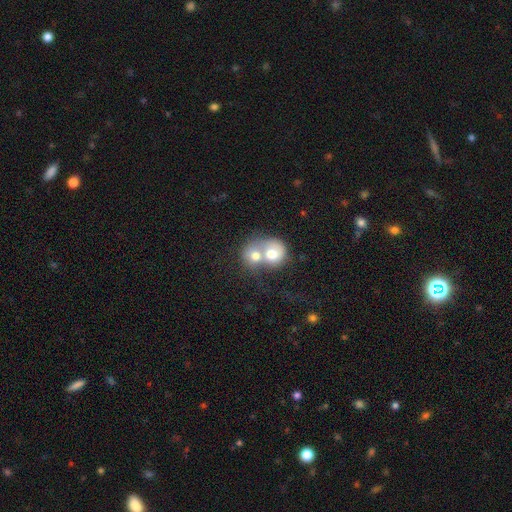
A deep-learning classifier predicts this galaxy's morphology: smooth-or-featured: smooth: 62% | featured or disk: 30% | star or artifact: 8%
  how-rounded: round: 68% | in between: 31% | cigar-shaped: 1%
  merging: merger: 79% | none: 12% | major disturbance: 5% | minor disturbance: 4%